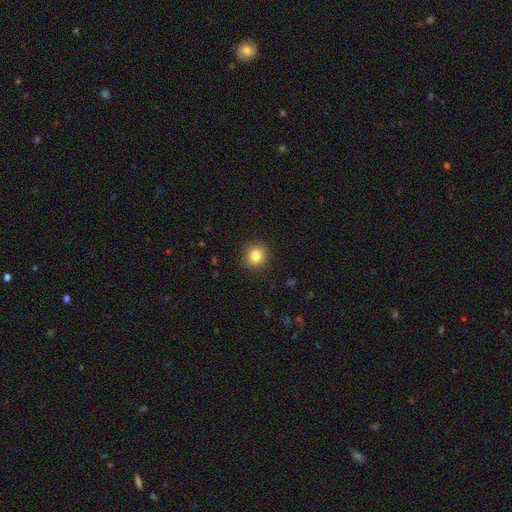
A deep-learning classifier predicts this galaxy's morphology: smooth_or_featured: smooth (p=0.84) [alt: star or artifact p=0.11]
how_rounded: round (p=0.90) [alt: in between p=0.09]
merging: none (p=0.91) [alt: minor disturbance p=0.06]